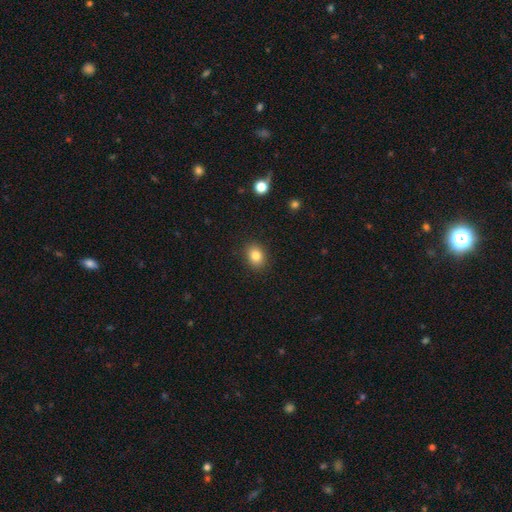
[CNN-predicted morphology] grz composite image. It shows a smooth galaxy with no disk features (83%) that is in between round and cigar-shaped (58%). Merging: none (89%).